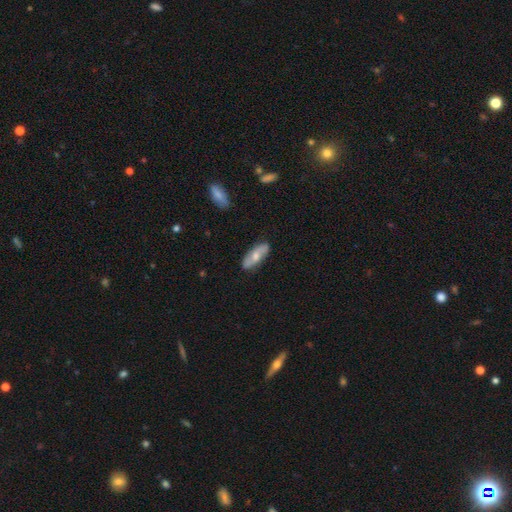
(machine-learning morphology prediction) smooth_or_featured: smooth (p=0.52) [alt: featured or disk p=0.43]
how_rounded: in between (p=0.69) [alt: cigar-shaped p=0.28]
merging: none (p=0.82) [alt: minor disturbance p=0.13]